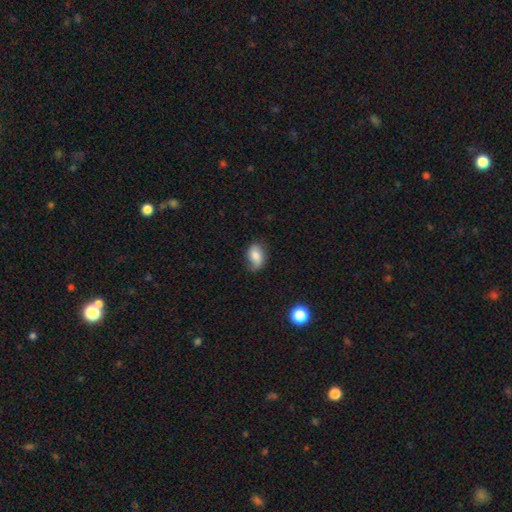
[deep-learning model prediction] Overall: smooth (79%). How rounded: in between (86%). Merging: none (58%; minor disturbance 32%).